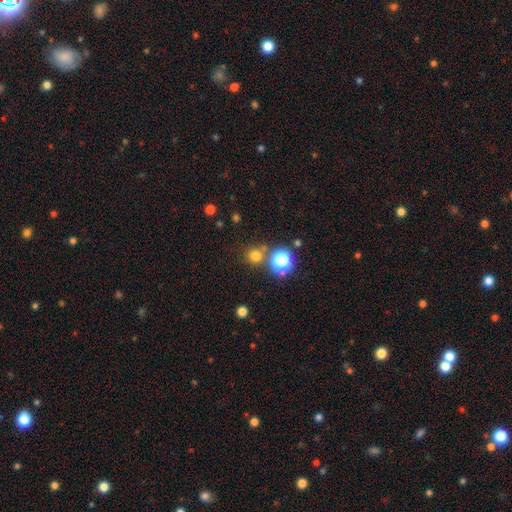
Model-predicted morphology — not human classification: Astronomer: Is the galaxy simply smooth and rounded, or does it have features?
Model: smooth — 70%.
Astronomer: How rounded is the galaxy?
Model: round — 92%.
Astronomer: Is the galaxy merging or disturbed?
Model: none — 76%.